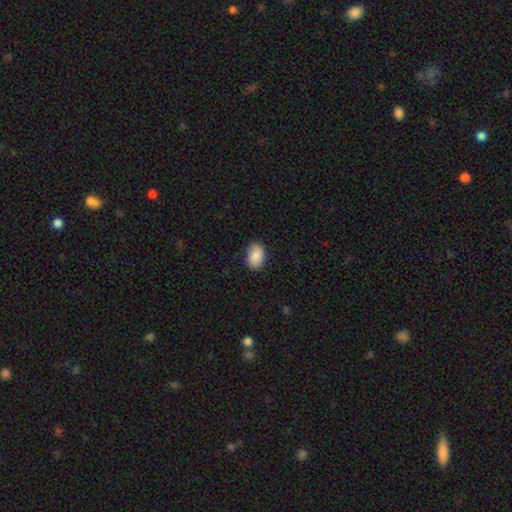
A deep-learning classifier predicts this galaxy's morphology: Smooth or featured? Predicted: smooth (p=0.86). How rounded? Predicted: in between (p=0.80). Merging? Predicted: none (p=0.81).